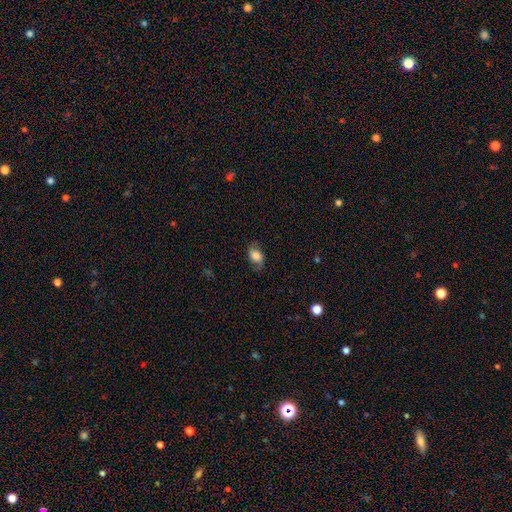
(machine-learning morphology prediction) A smooth galaxy with no disk features (63%) that is in between round and cigar-shaped (82%). Merging: none (71%).